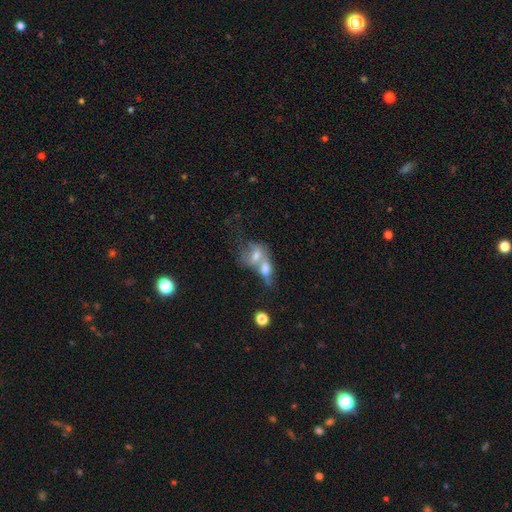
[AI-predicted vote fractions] Smooth or featured? Predicted: smooth (p=0.56). How rounded? Predicted: in between (p=0.74). Merging? Predicted: merger (p=0.73).